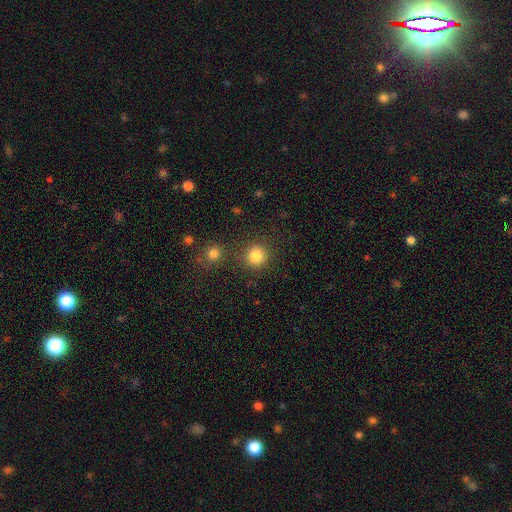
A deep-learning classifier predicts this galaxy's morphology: smooth-or-featured: smooth: 84% | star or artifact: 12% | featured or disk: 5%
  how-rounded: round: 92% | in between: 7% | cigar-shaped: 1%
  merging: none: 82% | merger: 7% | minor disturbance: 7% | major disturbance: 3%